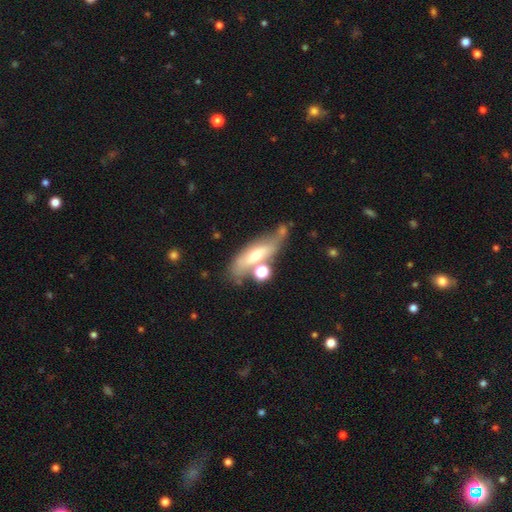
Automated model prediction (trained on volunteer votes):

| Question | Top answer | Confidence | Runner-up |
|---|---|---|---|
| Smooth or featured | featured or disk | 50% | smooth (41%) |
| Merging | none | 52% | minor disturbance (20%) |